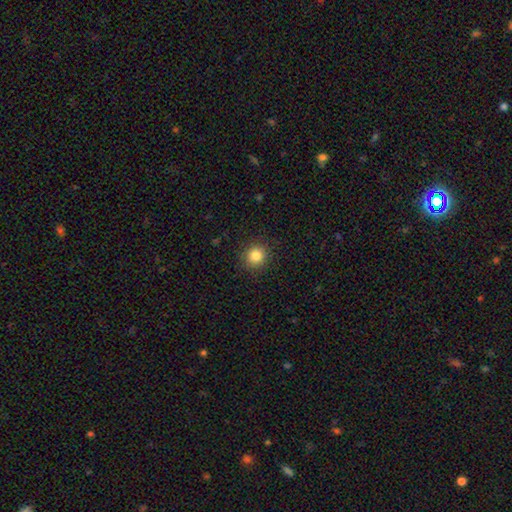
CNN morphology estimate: A smooth galaxy with no disk features (84%) that is round (90%).

Vote fractions:
- Smooth or featured? smooth: 84% / star or artifact: 11% / featured or disk: 5%
- How rounded? round: 90% / in between: 9% / cigar-shaped: 1%
- Merging? none: 90% / minor disturbance: 7% / major disturbance: 2% / merger: 1%